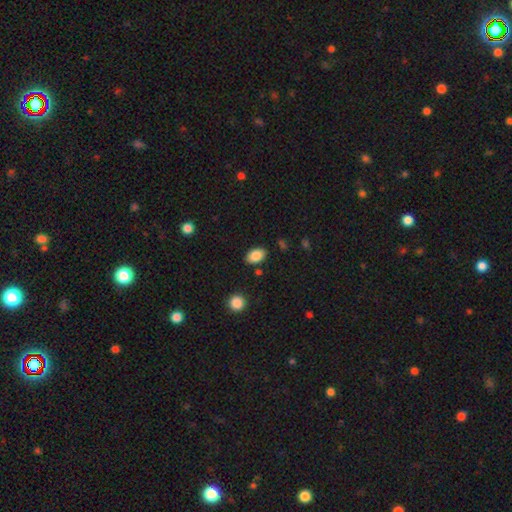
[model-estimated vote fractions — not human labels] Overall: smooth (86%). How rounded: in between (87%). Merging: none (85%).